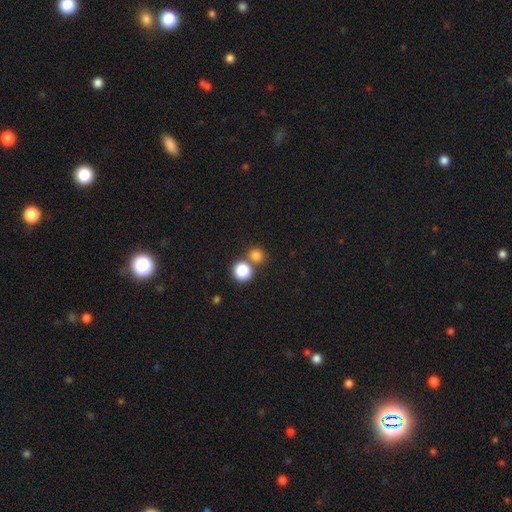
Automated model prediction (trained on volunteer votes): Smooth or featured?
  - smooth: 79% *
  - star or artifact: 16%
  - featured or disk: 6%
How rounded?
  - round: 85% *
  - in between: 14%
  - cigar-shaped: 1%
Merging?
  - none: 66% *
  - merger: 25%
  - minor disturbance: 7%
  - major disturbance: 2%